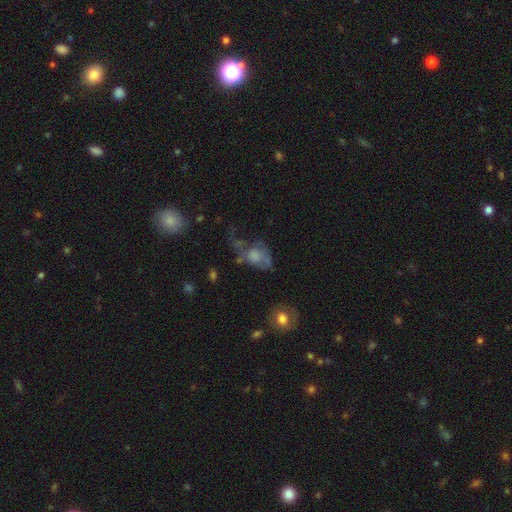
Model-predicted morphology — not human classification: Overall: smooth (52%; featured or disk 37%). How rounded: in between (70%). Merging: major disturbance (50%; none 21%).